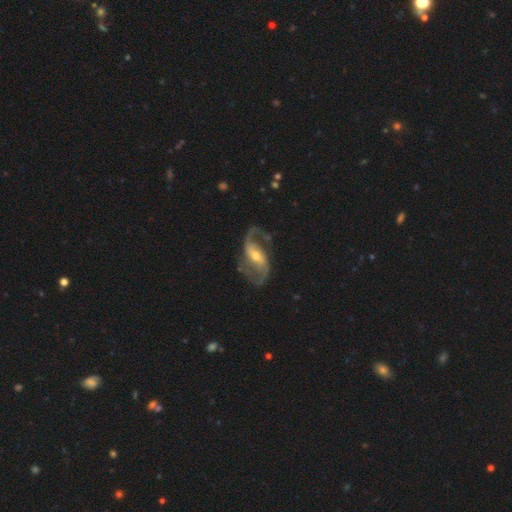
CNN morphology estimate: smooth-or-featured: featured or disk: 91% | smooth: 5% | star or artifact: 5%
  disk-edge-on: no: 97% | yes: 3%
    bar: weak: 44% | strong: 32% | no: 24%
    has-spiral-arms: yes: 97% | no: 3%
      spiral-winding: loose: 53% | medium: 38% | tight: 9%
      spiral-arm-count: 2: 91% | can't tell: 3% | 1: 2% | 3: 2% | 4: 1% | more than 4: 1%
    bulge-size: moderate: 52% | small: 43% | large: 3% | none: 1% | dominant: 1%
  merging: none: 72% | minor disturbance: 15% | major disturbance: 10% | merger: 2%